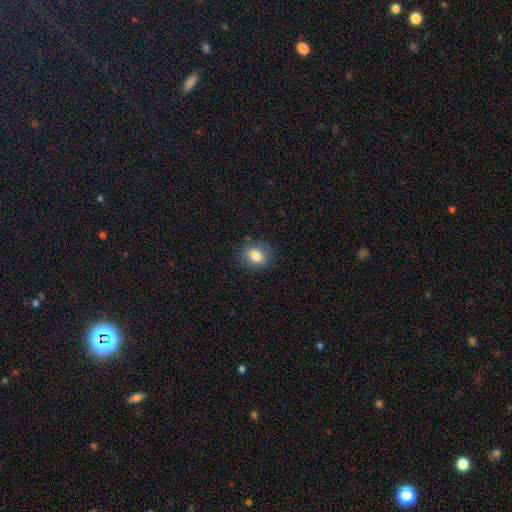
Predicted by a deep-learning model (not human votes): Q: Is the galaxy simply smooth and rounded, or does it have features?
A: smooth — 82%.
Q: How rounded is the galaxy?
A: round — 56%.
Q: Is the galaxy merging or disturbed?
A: none — 83%.